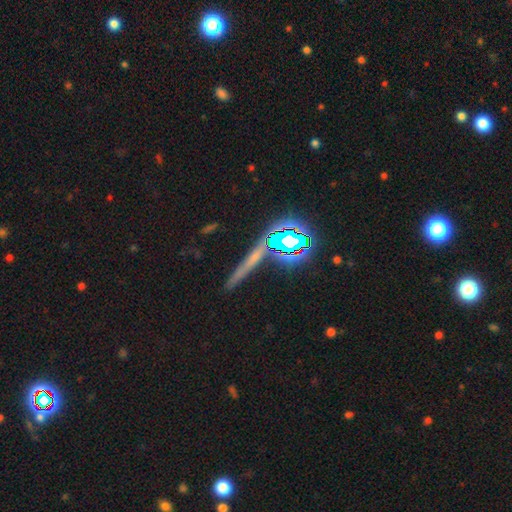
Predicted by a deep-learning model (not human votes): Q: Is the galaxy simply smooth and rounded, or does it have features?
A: star or artifact — 53%.